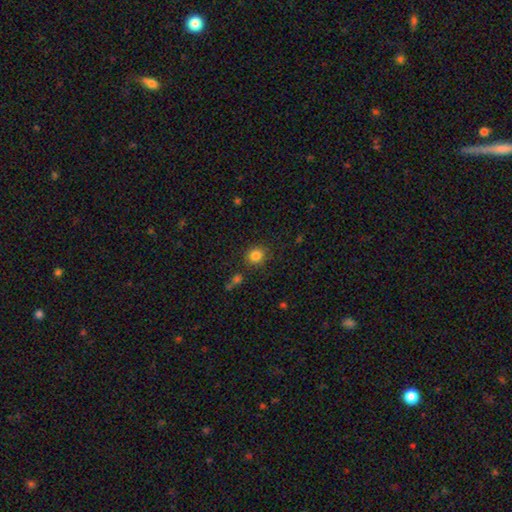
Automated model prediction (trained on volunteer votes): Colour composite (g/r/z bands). It shows a smooth galaxy with no disk features (84%) that is round (80%). Merging: none (84%).